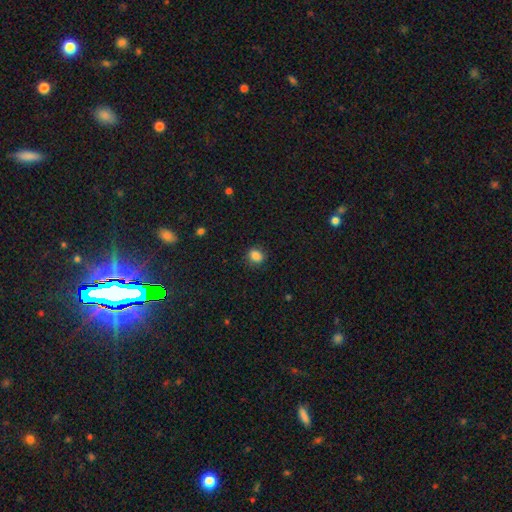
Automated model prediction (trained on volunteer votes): A smooth galaxy with no disk features (86%) that is round (57%).

Vote fractions:
- Smooth or featured? smooth: 86% / star or artifact: 11% / featured or disk: 4%
- How rounded? round: 57% / in between: 42% / cigar-shaped: 1%
- Merging? none: 87% / minor disturbance: 9% / major disturbance: 2% / merger: 1%